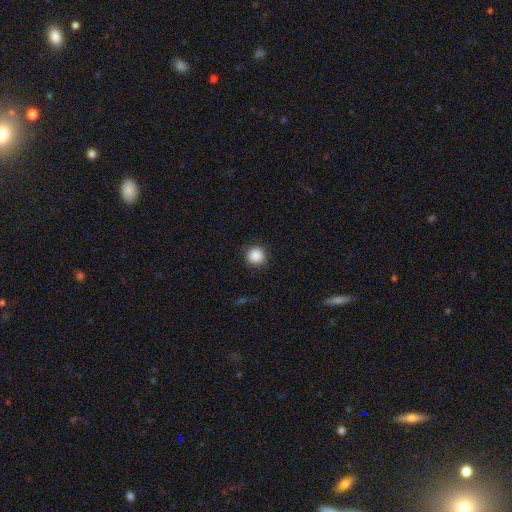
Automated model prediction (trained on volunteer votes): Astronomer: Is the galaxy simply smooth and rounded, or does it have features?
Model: smooth — 88%.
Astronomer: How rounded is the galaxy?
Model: round — 94%.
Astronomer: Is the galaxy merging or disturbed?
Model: none — 89%.